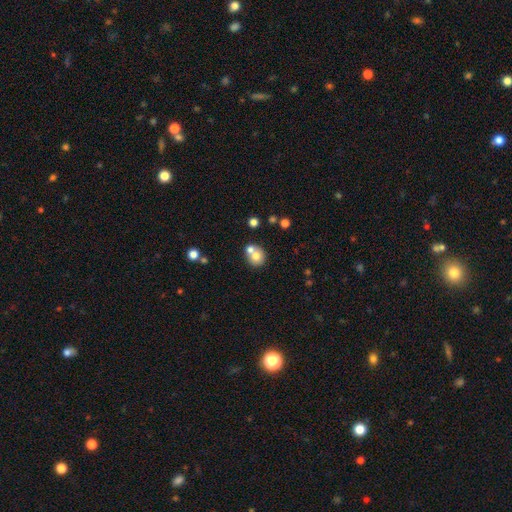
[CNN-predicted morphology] Smooth or featured?
  - smooth: 71% *
  - featured or disk: 18%
  - star or artifact: 11%
How rounded?
  - round: 82% *
  - in between: 17%
  - cigar-shaped: 1%
Merging?
  - none: 45% *
  - merger: 44%
  - minor disturbance: 8%
  - major disturbance: 3%